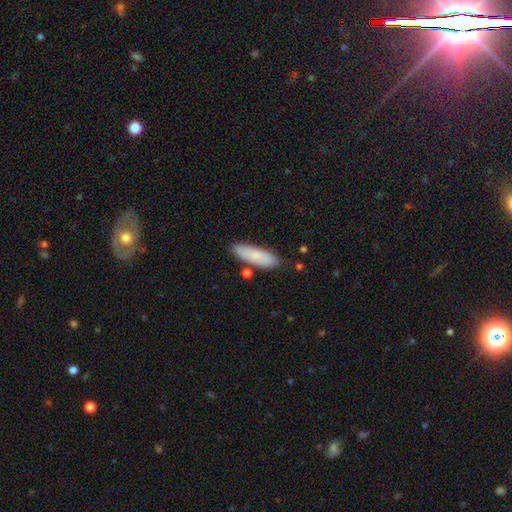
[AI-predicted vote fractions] Smooth or featured?
  - smooth: 82% *
  - featured or disk: 12%
  - star or artifact: 6%
How rounded?
  - cigar-shaped: 51% *
  - in between: 48%
  - round: 2%
Merging?
  - none: 82% *
  - minor disturbance: 12%
  - merger: 4%
  - major disturbance: 2%